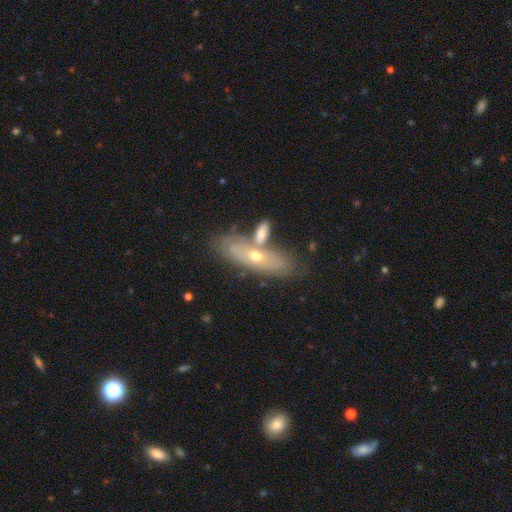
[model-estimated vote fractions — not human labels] Q: Smooth or featured?
A: featured or disk (49%); runner-up: smooth (44%)
Q: Merging?
A: none (57%); runner-up: merger (26%)